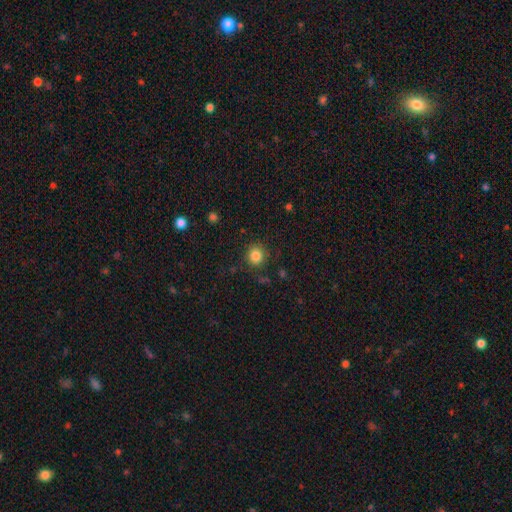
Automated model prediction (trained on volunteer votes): smooth-or-featured: smooth: 84% | star or artifact: 11% | featured or disk: 5%
  how-rounded: round: 89% | in between: 10% | cigar-shaped: 1%
  merging: none: 87% | minor disturbance: 9% | major disturbance: 3% | merger: 2%